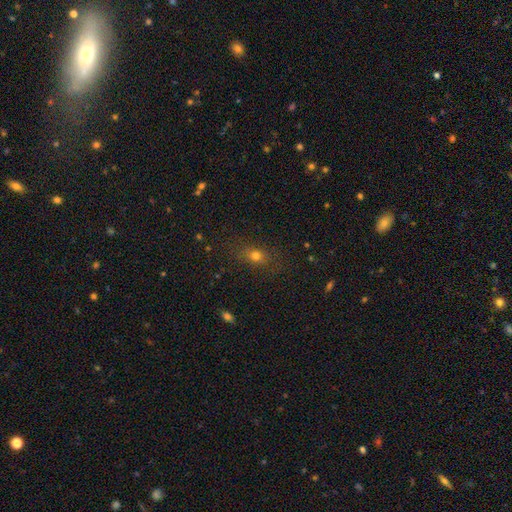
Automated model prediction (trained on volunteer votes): Smooth or featured? Predicted: smooth (p=0.72). How rounded? Predicted: in between (p=0.55). Merging? Predicted: none (p=0.80).